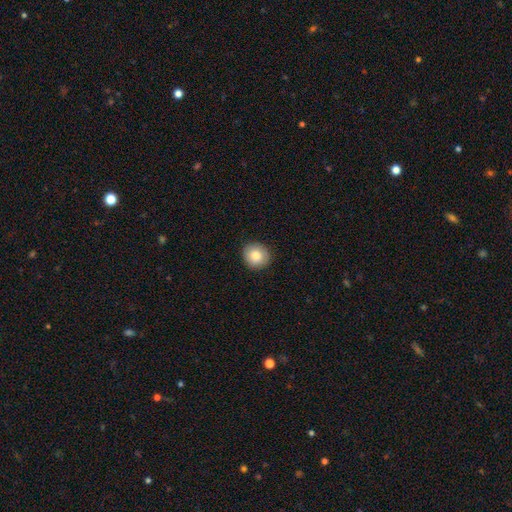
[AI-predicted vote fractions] Overall: smooth (82%). How rounded: round (87%). Merging: none (89%).